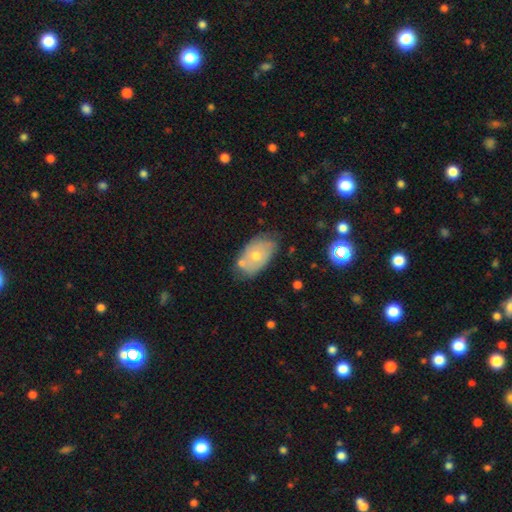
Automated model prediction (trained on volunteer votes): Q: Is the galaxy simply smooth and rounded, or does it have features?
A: smooth — 52%.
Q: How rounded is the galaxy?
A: in between — 89%.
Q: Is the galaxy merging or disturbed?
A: none — 58%.